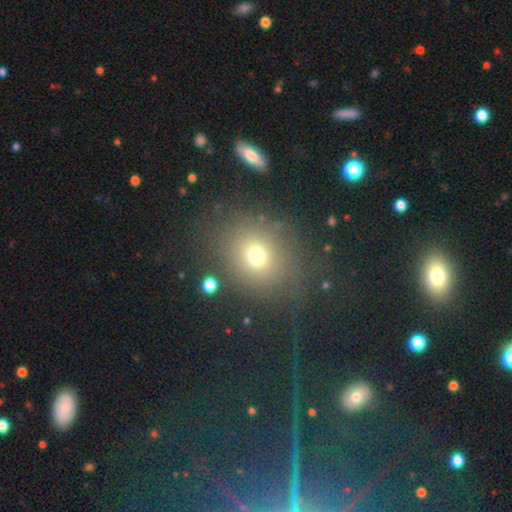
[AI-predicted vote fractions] A smooth galaxy with no disk features (61%) that is round (71%).

Vote fractions:
- Smooth or featured? smooth: 61% / star or artifact: 28% / featured or disk: 11%
- How rounded? round: 71% / in between: 27% / cigar-shaped: 2%
- Merging? none: 82% / minor disturbance: 10% / major disturbance: 5% / merger: 3%